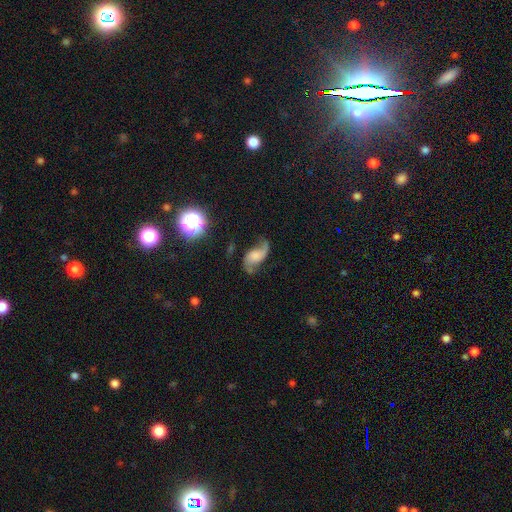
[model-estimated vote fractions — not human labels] Smooth or featured: featured or disk — 74% (smooth — 17%)
Edge-on disk: no — 96% (yes — 4%)
Bar: no — 60% (weak — 32%)
Spiral arms: yes — 93% (no — 7%)
Spiral winding: loose — 78% (medium — 17%)
Spiral arm count: 2 — 82% (1 — 12%)
Bulge size: none — 32% (small — 26%)
Merging: none — 54% (minor disturbance — 23%)